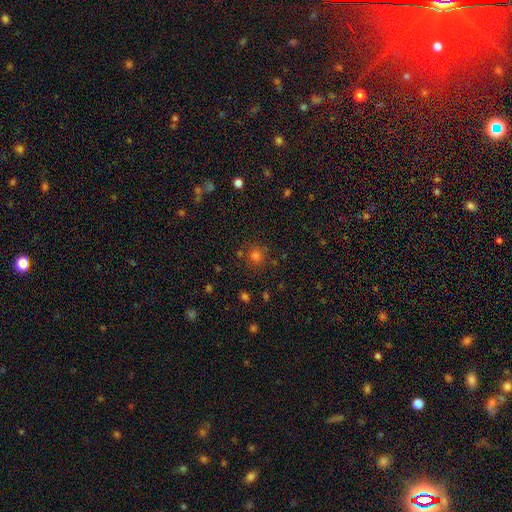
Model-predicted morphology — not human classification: Smooth or featured?
  - smooth: 73% *
  - star or artifact: 22%
  - featured or disk: 6%
How rounded?
  - round: 91% *
  - in between: 8%
  - cigar-shaped: 1%
Merging?
  - none: 83% *
  - minor disturbance: 10%
  - merger: 4%
  - major disturbance: 3%